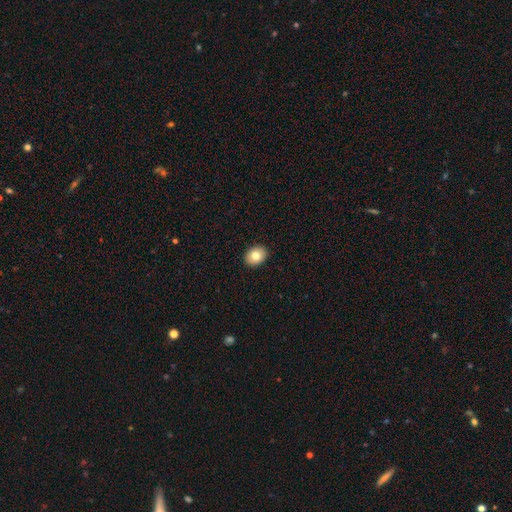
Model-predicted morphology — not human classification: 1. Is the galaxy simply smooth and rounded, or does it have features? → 79% smooth, 12% featured or disk, 8% star or artifact.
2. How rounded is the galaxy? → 62% in between, 37% round, 1% cigar-shaped.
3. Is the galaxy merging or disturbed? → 91% none, 6% minor disturbance, 1% major disturbance, 1% merger.